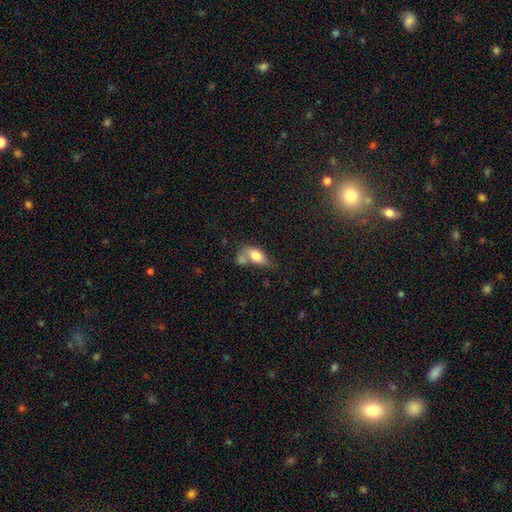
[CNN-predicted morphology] Q: Smooth or featured?
A: smooth (74%); runner-up: featured or disk (19%)
Q: How rounded?
A: in between (85%); runner-up: round (8%)
Q: Merging?
A: merger (36%); runner-up: none (33%)